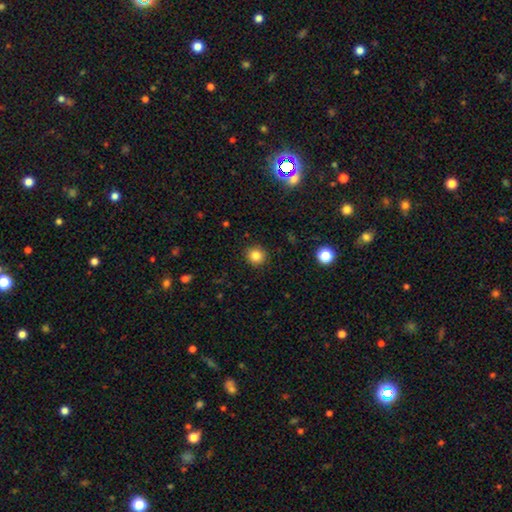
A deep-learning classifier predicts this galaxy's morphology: This appears to be a smooth galaxy with no disk features (84%) that is round (91%). Merging: none (91%).